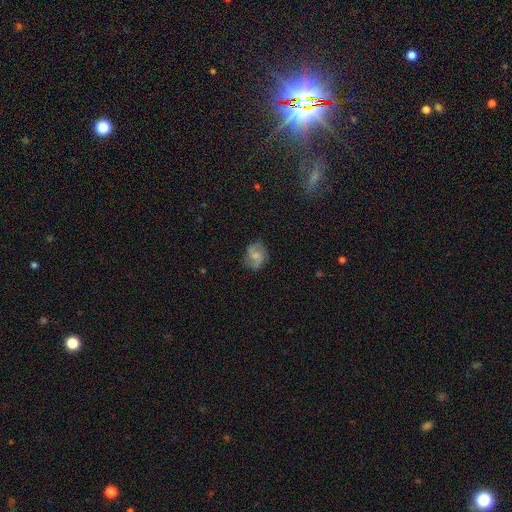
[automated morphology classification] A featured or disk galaxy (61%) with no bar (54%), 2 (82%) medium (48%) spiral arms (91%) and a small central bulge (40%).

Vote fractions:
- Smooth or featured? featured or disk: 61% / smooth: 31% / star or artifact: 8%
- Edge-on disk? no: 98% / yes: 2%
- Bar? no: 54% / weak: 40% / strong: 6%
- Spiral arms? yes: 91% / no: 9%
- Spiral winding? medium: 48% / loose: 32% / tight: 20%
- Spiral arm count? 2: 82% / can't tell: 8% / 3: 4% / 1: 3% / 4: 1% / more than 4: 1%
- Bulge size? small: 40% / moderate: 39% / none: 16% / large: 4% / dominant: 1%
- Merging? none: 74% / minor disturbance: 18% / major disturbance: 7% / merger: 1%